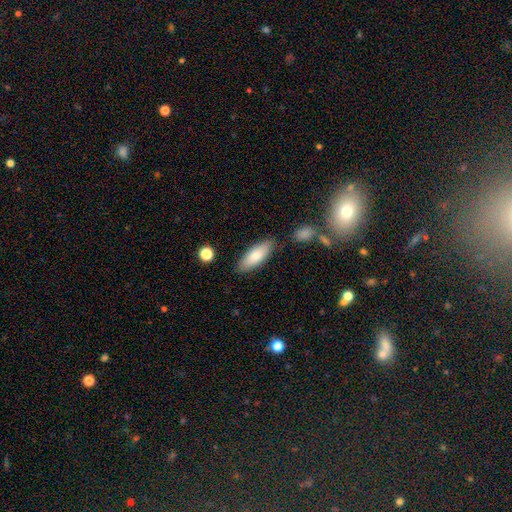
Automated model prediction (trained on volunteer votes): Smooth or featured? smooth (79%)
How rounded? in between (66%)
Merging? none (80%)